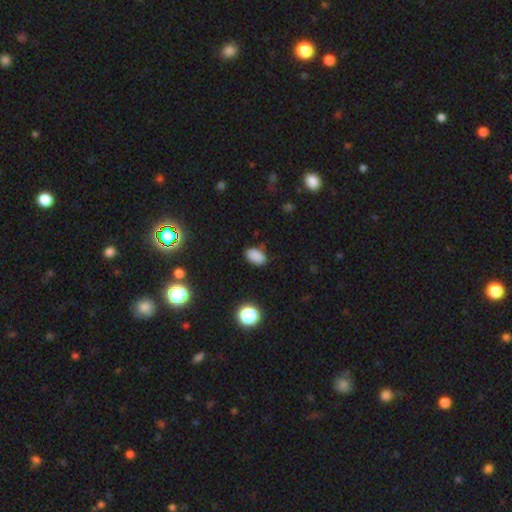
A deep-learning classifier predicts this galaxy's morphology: This is clearly a smooth galaxy (84%). How rounded: clearly in between (90%). Merging: clearly none (82%).